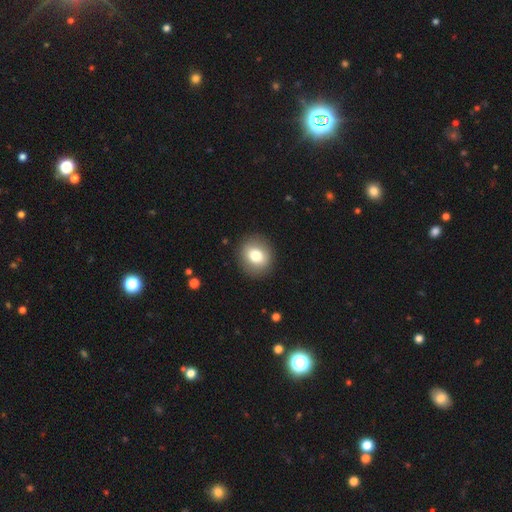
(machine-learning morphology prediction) smooth 77%, featured or disk 14%, star or artifact 9%. Down the decision tree: how rounded — round (77%); merging — none (90%).